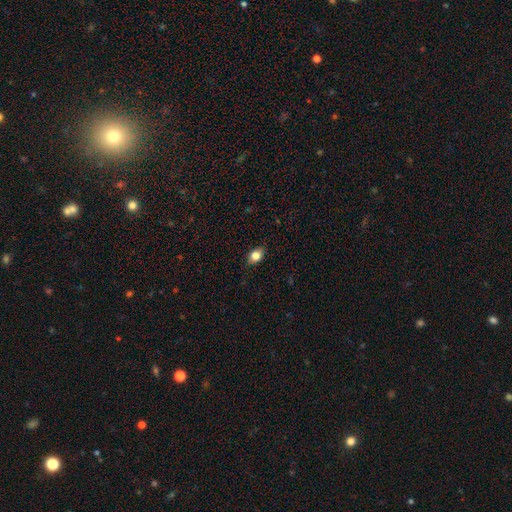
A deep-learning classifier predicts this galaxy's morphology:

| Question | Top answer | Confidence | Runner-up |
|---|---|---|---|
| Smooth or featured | smooth | 82% | star or artifact (10%) |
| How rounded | in between | 68% | round (30%) |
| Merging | none | 85% | minor disturbance (12%) |